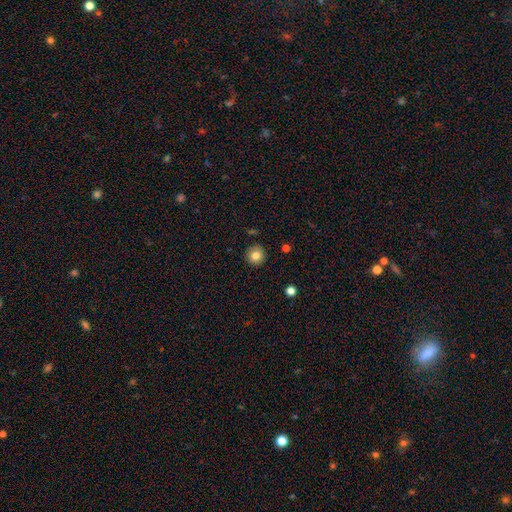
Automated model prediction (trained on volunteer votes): smooth 81%, star or artifact 10%, featured or disk 8%. Down the decision tree: how rounded — round (94%); merging — none (90%).